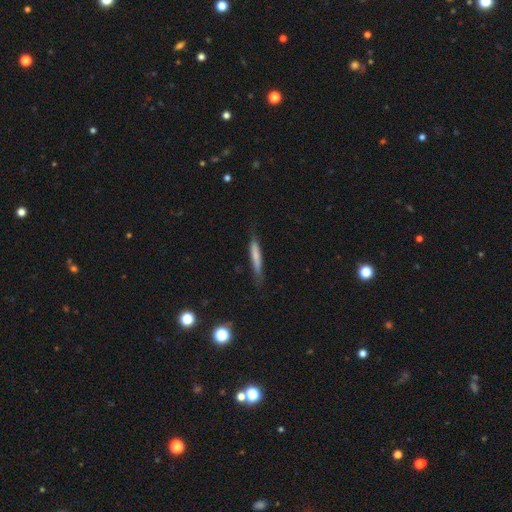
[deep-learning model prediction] Smooth or featured? Predicted: smooth (p=0.66). How rounded? Predicted: cigar-shaped (p=0.93). Merging? Predicted: none (p=0.73).